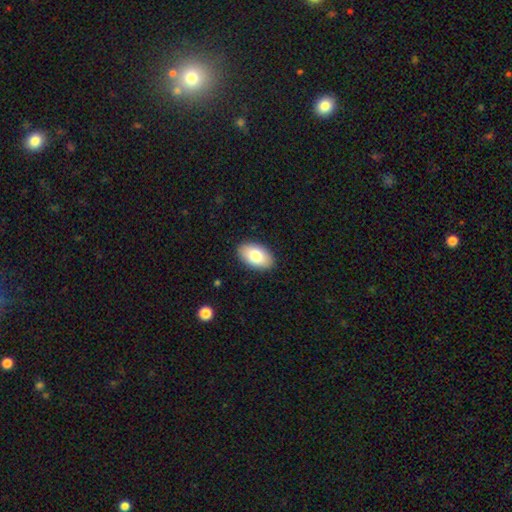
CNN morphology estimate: Overall: smooth (79%). How rounded: in between (94%). Merging: none (89%).